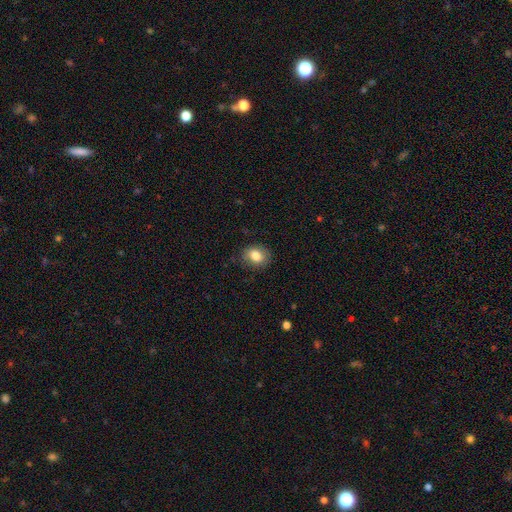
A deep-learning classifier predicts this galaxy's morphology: This appears to be a smooth galaxy with no disk features (82%) that is in between round and cigar-shaped (54%). Merging: none (81%).